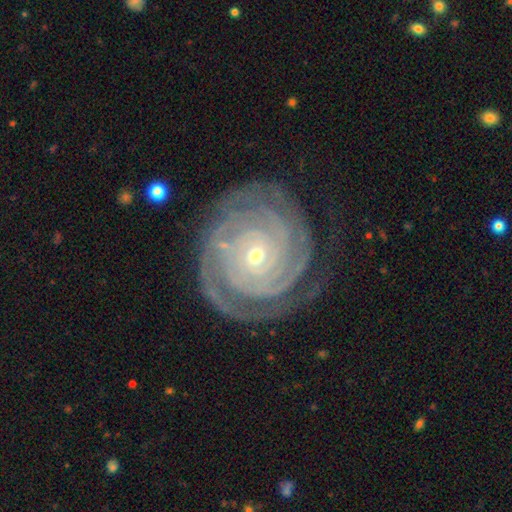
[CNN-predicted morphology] Smooth or featured: featured or disk — 91% (star or artifact — 5%)
Edge-on disk: no — 97% (yes — 3%)
Bar: no — 72% (weak — 17%)
Spiral arms: yes — 98% (no — 2%)
Spiral winding: tight — 88% (medium — 10%)
Spiral arm count: 2 — 27% (3 — 23%)
Bulge size: small — 70% (moderate — 27%)
Merging: none — 81% (minor disturbance — 13%)